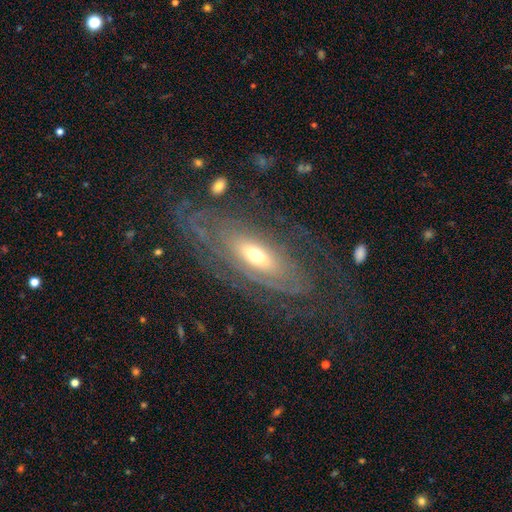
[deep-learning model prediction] Overall: featured or disk (75%). Edge-on disk: no (82%). Bar: no (70%). Spiral arms: yes (76%). Bulge size: moderate (66%). Merging: none (64%).